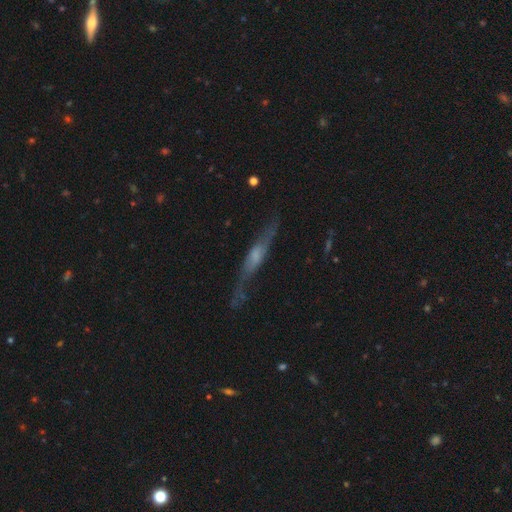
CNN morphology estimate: The model was most divided on "merging": none: 59%, minor disturbance: 22%, major disturbance: 15%, merger: 3%. More confident: edge-on disk — yes (75%); smooth or featured — featured or disk (64%).